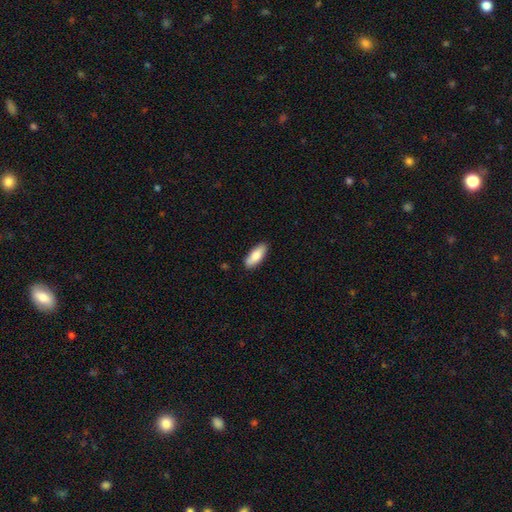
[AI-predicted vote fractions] This appears to be a smooth galaxy with no disk features (81%) that is in between round and cigar-shaped (76%). Merging: none (86%).